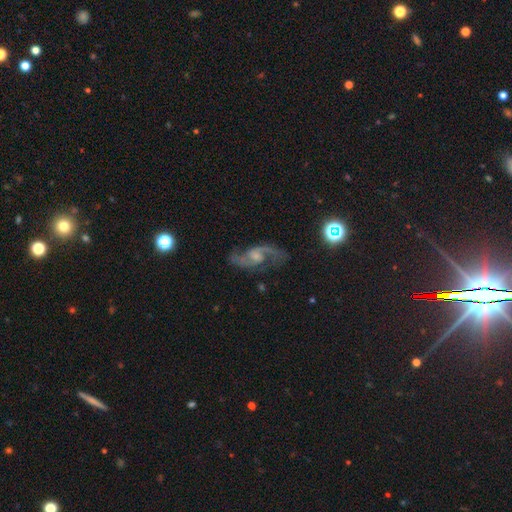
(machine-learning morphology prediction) This appears to be a featured or disk galaxy (86%) with a weak bar (48%), 2 (93%) loose (47%) spiral arms (97%) and a moderate central bulge (40%). Merging: none (78%).